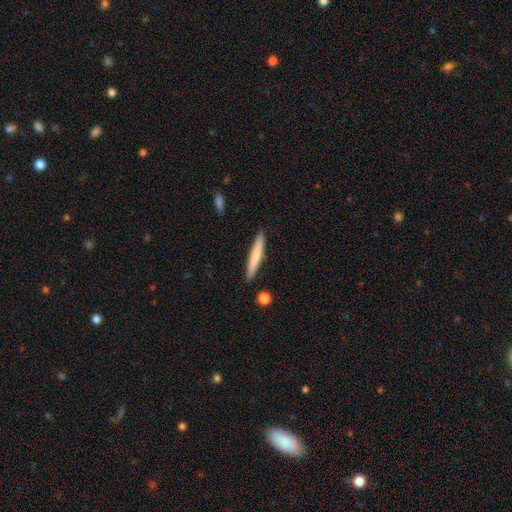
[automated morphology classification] Smooth or featured: smooth — 69% (featured or disk — 25%)
How rounded: cigar-shaped — 95% (in between — 4%)
Merging: none — 90% (minor disturbance — 7%)